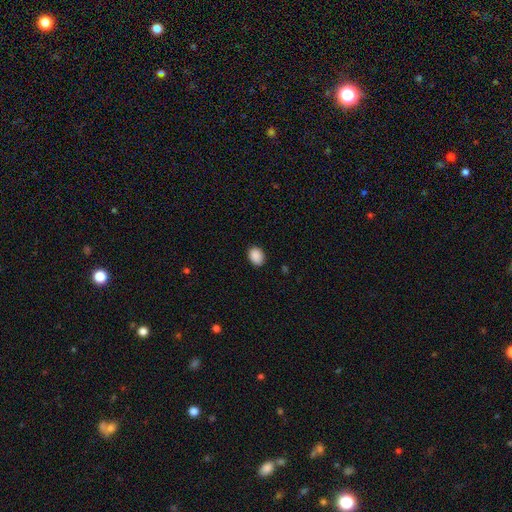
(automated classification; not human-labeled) Overall: smooth (90%). How rounded: in between (69%; round 31%). Merging: none (88%).